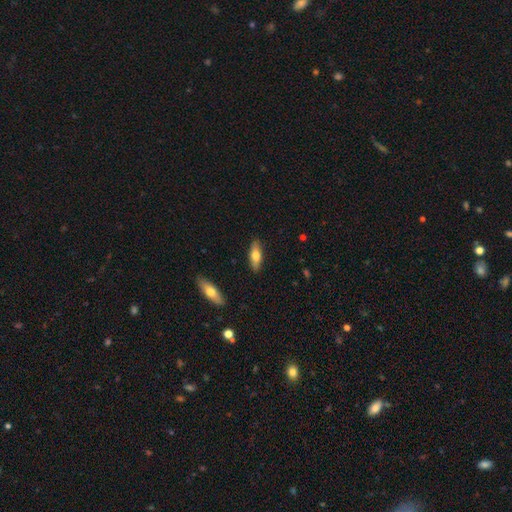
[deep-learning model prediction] smooth 64%, featured or disk 30%, star or artifact 6%. Down the decision tree: how rounded — in between (62%); merging — none (88%).